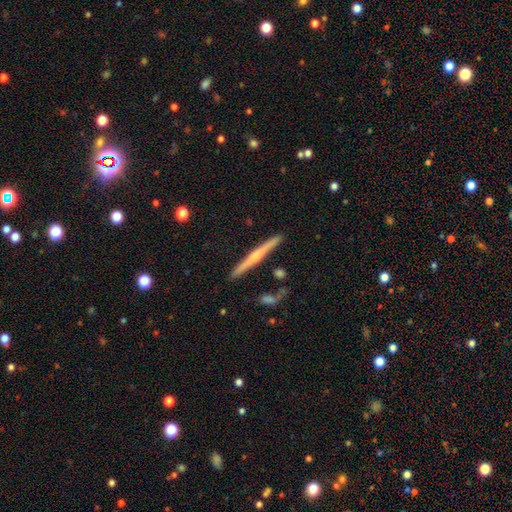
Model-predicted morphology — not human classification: This appears to be a featured or disk galaxy (69%) viewed edge-on (98%) with a rounded central bulge (74%). Merging: none (88%).